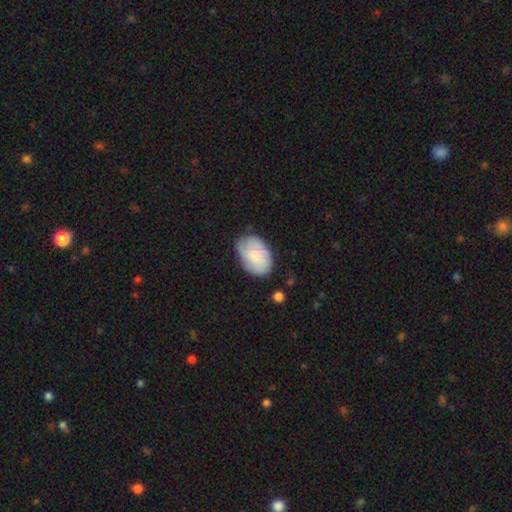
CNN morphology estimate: type=smooth (68%); roundness=in between (86%); merging=none (71%).